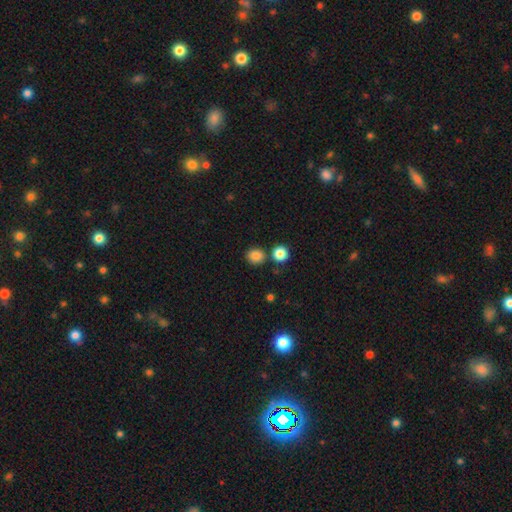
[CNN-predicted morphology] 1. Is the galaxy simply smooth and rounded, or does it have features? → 84% smooth, 11% star or artifact, 5% featured or disk.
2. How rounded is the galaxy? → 76% round, 23% in between, 1% cigar-shaped.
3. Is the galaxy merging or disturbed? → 77% none, 11% merger, 9% minor disturbance, 3% major disturbance.